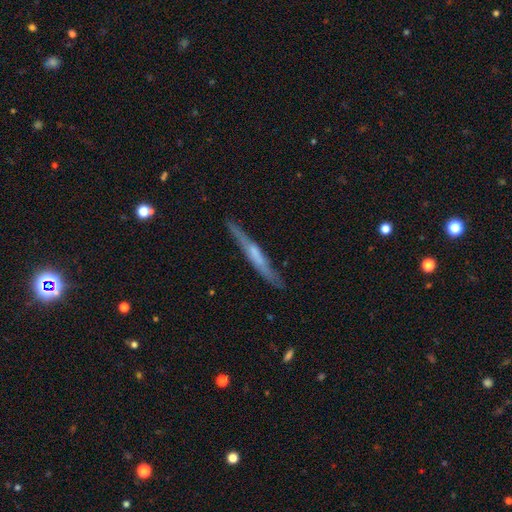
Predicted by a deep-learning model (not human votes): This appears to be a featured or disk galaxy (58%) viewed edge-on (93%) with no central bulge (54%). Merging: none (84%).